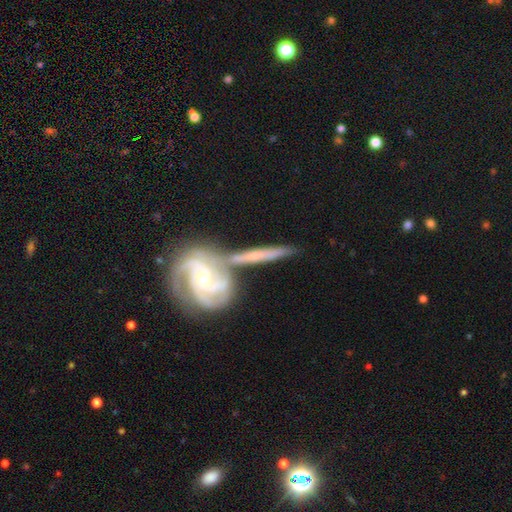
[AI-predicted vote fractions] Morphology: type=featured or disk (75%); edge-on=no (65%); merging=none (50%).